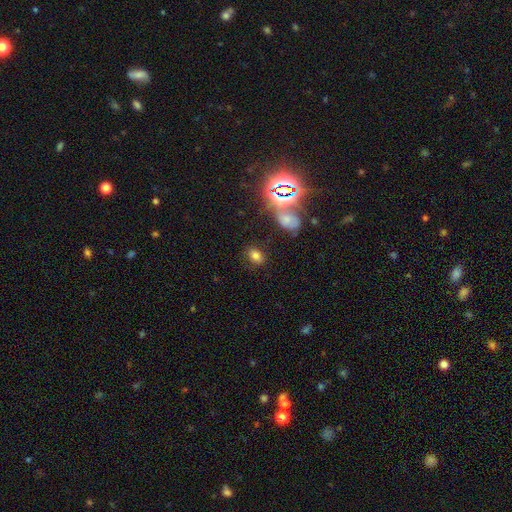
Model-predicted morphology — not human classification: smooth-or-featured: smooth: 67% | star or artifact: 22% | featured or disk: 11%
  how-rounded: in between: 70% | round: 29% | cigar-shaped: 2%
  merging: none: 79% | minor disturbance: 12% | major disturbance: 5% | merger: 4%